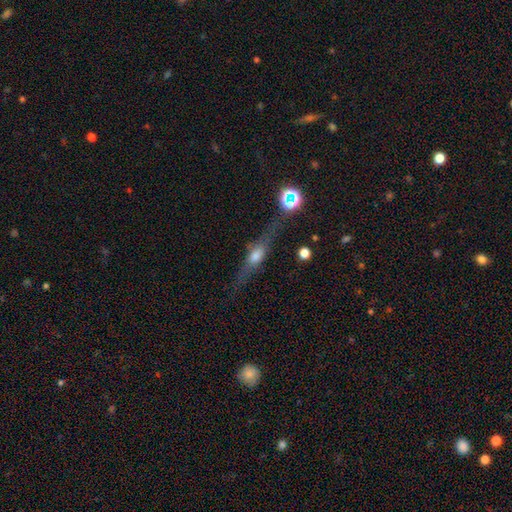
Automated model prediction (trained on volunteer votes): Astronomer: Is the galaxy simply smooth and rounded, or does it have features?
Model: featured or disk — 57%.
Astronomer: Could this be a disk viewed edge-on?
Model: yes — 88%.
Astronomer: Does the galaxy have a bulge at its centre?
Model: rounded — 84%.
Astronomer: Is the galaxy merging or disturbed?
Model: none — 74%.